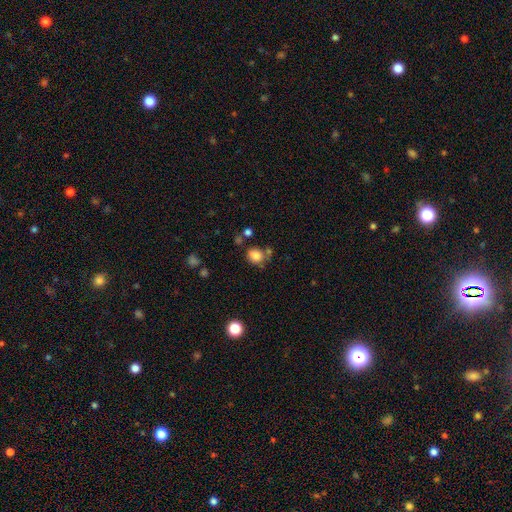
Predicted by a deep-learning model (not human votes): The model was most divided on "how rounded": round: 71%, in between: 28%, cigar-shaped: 1%. More confident: smooth or featured — smooth (83%); merging — none (62%).